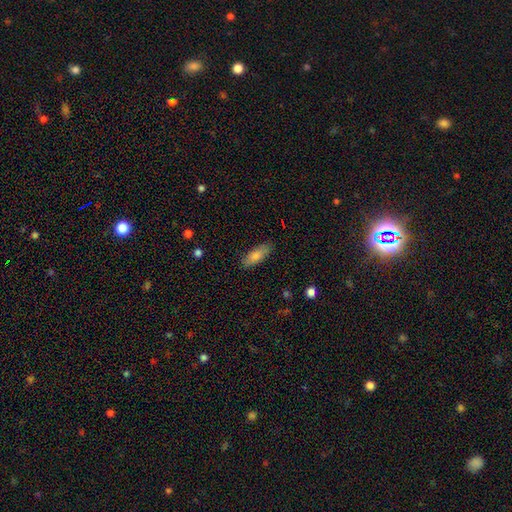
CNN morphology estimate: Q: Smooth or featured?
A: smooth (81%); runner-up: featured or disk (13%)
Q: How rounded?
A: in between (68%); runner-up: cigar-shaped (30%)
Q: Merging?
A: none (85%); runner-up: minor disturbance (11%)